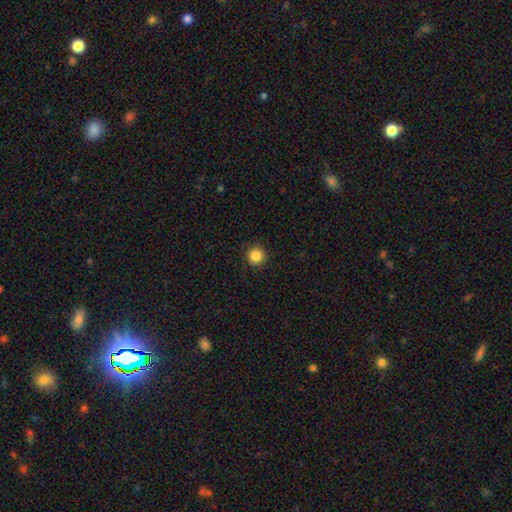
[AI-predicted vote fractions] smooth-or-featured: smooth: 85% | star or artifact: 11% | featured or disk: 4%
  how-rounded: round: 96% | in between: 4% | cigar-shaped: 1%
  merging: none: 91% | minor disturbance: 6% | major disturbance: 2% | merger: 1%